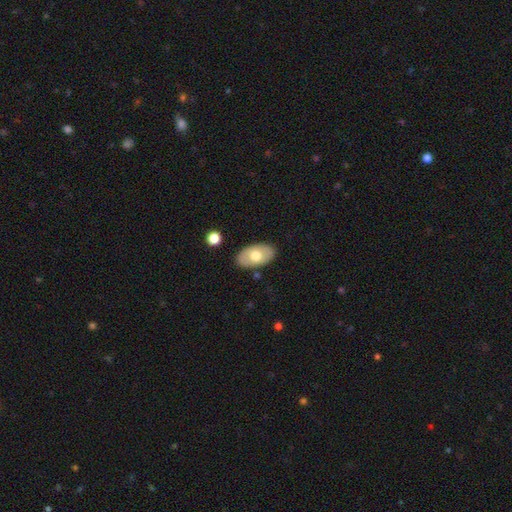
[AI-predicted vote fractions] A smooth galaxy with no disk features (60%) that is in between round and cigar-shaped (93%). Merging: none (85%).